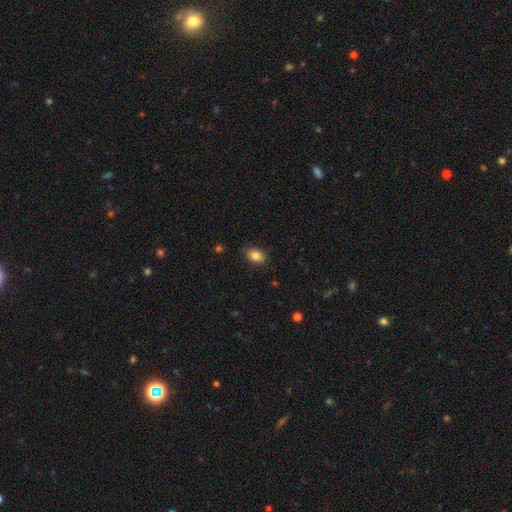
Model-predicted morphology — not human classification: Q: Smooth or featured?
A: smooth (84%); runner-up: star or artifact (9%)
Q: How rounded?
A: in between (83%); runner-up: round (15%)
Q: Merging?
A: none (83%); runner-up: minor disturbance (13%)